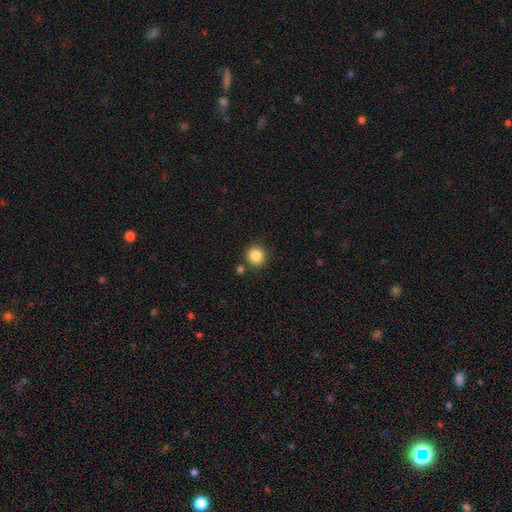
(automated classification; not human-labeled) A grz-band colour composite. It shows a smooth galaxy with no disk features (85%) that is round (93%). Merging: none (85%).